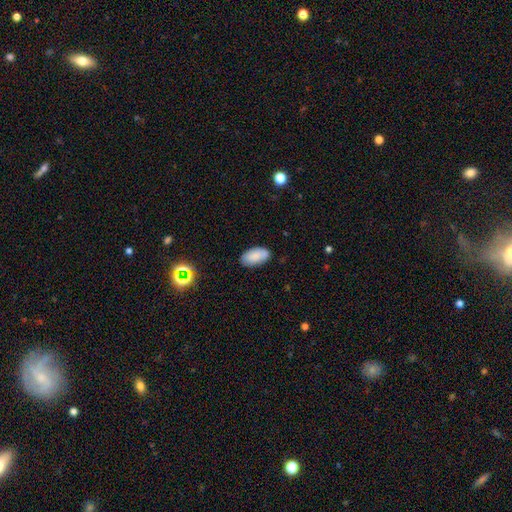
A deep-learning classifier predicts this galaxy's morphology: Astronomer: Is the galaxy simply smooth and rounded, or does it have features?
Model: smooth — 84%.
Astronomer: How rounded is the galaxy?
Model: in between — 95%.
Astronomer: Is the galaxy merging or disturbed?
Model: none — 81%.